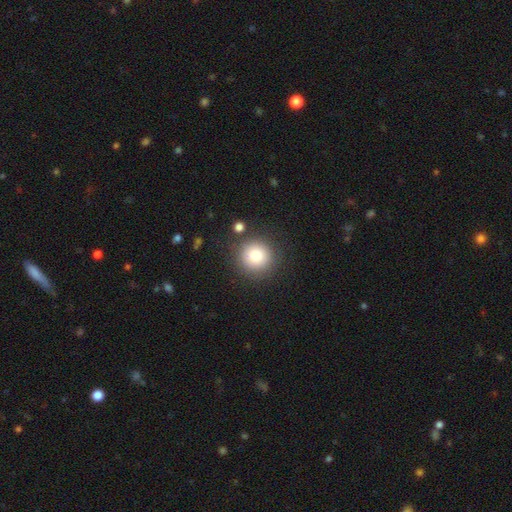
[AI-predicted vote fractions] smooth_or_featured: smooth (p=0.82) [alt: star or artifact p=0.10]
how_rounded: round (p=0.94) [alt: in between p=0.05]
merging: none (p=0.84) [alt: minor disturbance p=0.09]